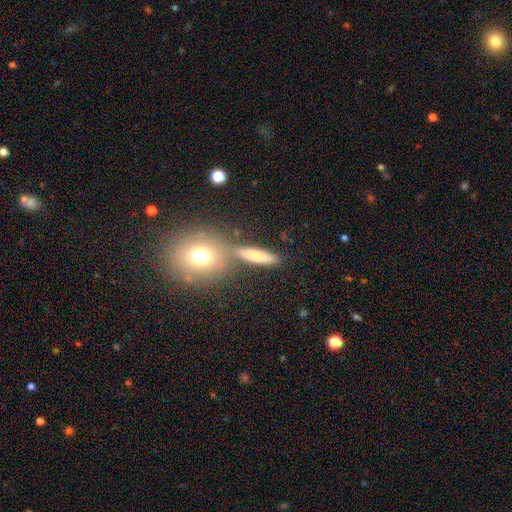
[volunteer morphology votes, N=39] Smooth or featured?
  - smooth: 69% *
  - featured or disk: 28%
  - star or artifact: 3%
How rounded?
  - in between: 52% *
  - cigar-shaped: 48%
  - round: 0%
Merging?
  - none: 74% *
  - merger: 24%
  - major disturbance: 3%
  - minor disturbance: 0%